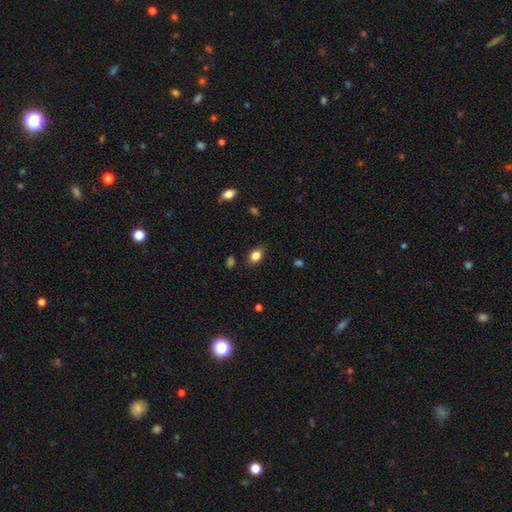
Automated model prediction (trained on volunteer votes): Morphology: type=smooth (83%); roundness=in between (73%); merging=none (80%).